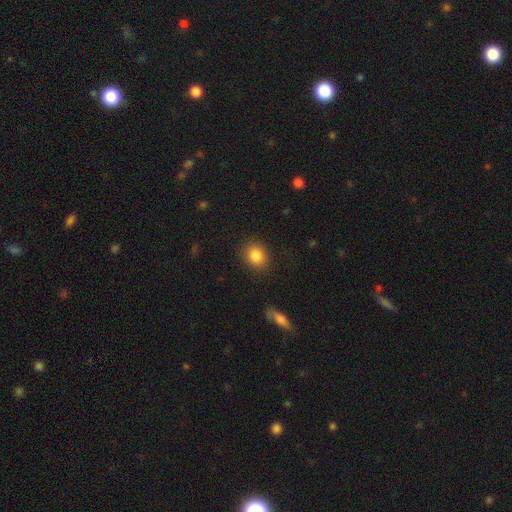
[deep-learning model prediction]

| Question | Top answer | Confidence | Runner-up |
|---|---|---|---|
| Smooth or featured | smooth | 85% | star or artifact (9%) |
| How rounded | round | 62% | in between (37%) |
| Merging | none | 86% | minor disturbance (10%) |